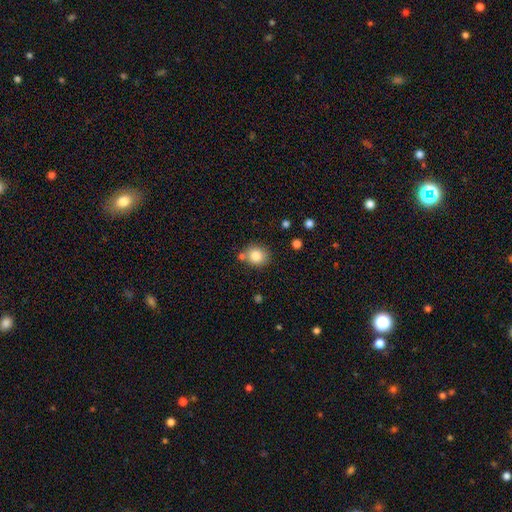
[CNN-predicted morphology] Smooth or featured? smooth (84%)
How rounded? round (78%)
Merging? none (70%)